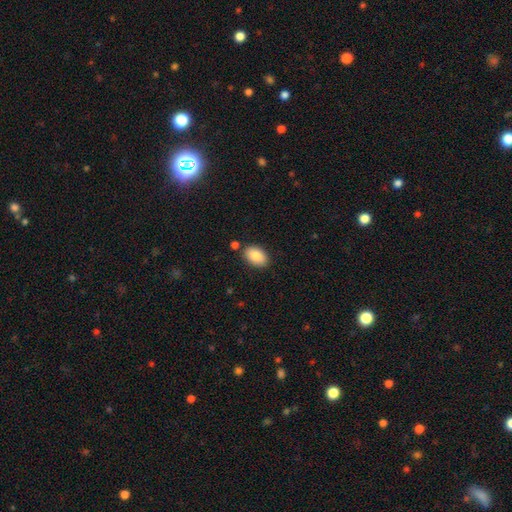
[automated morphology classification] The model was most divided on "merging": none: 83%, minor disturbance: 11%, merger: 4%, major disturbance: 2%. More confident: how rounded — in between (90%); smooth or featured — smooth (87%).